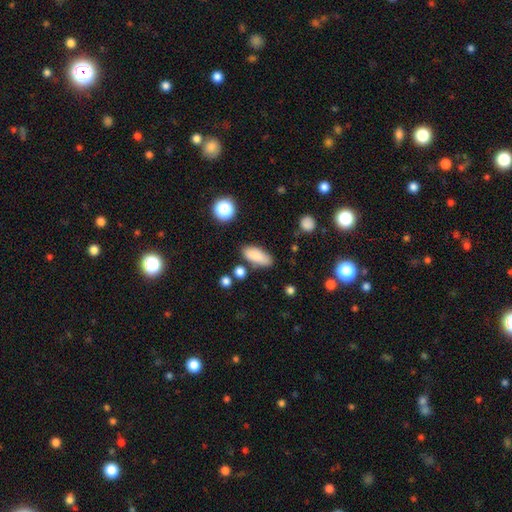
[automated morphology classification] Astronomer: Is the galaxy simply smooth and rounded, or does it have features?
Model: smooth — 85%.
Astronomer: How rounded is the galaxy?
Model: in between — 77%.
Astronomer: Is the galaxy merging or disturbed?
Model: none — 76%.